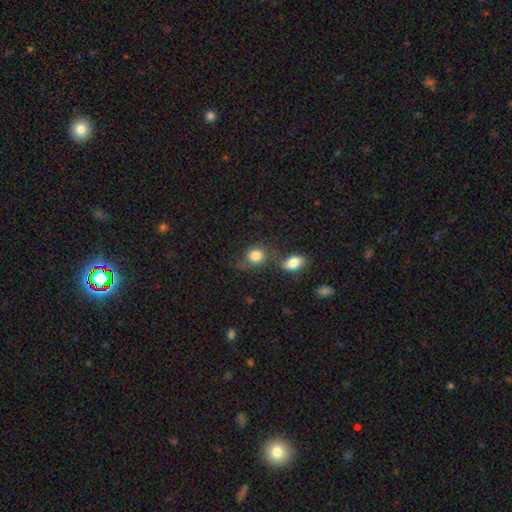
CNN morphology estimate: The model was most divided on "merging": none: 50%, merger: 26%, minor disturbance: 16%, major disturbance: 8%. More confident: smooth or featured — smooth (83%); how rounded — round (71%).